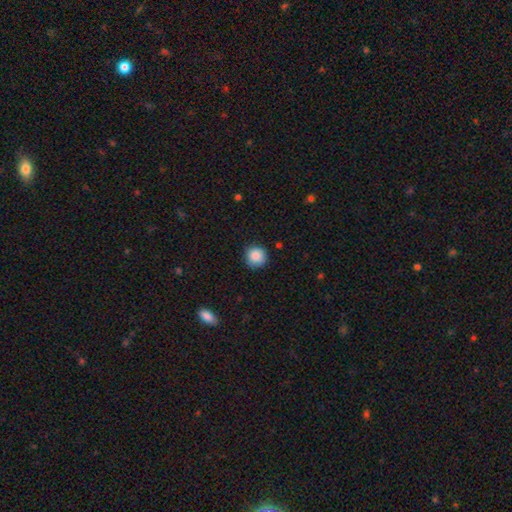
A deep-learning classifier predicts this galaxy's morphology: Overall: smooth (87%). How rounded: round (94%). Merging: none (86%).